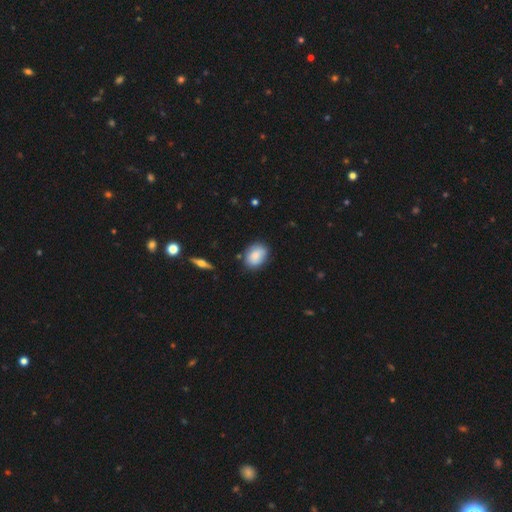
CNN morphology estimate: smooth_or_featured: smooth (p=0.82) [alt: featured or disk p=0.11]
how_rounded: in between (p=0.69) [alt: round p=0.30]
merging: none (p=0.77) [alt: minor disturbance p=0.17]